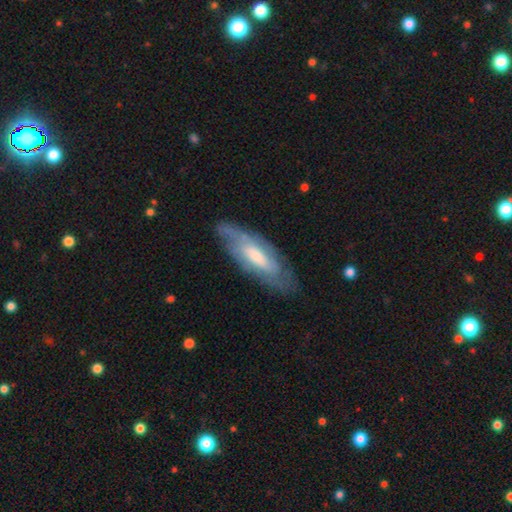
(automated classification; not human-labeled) smooth-or-featured: featured or disk: 67% | smooth: 28% | star or artifact: 6%
  disk-edge-on: no: 77% | yes: 23%
    bar: no: 52% | weak: 37% | strong: 11%
    has-spiral-arms: yes: 81% | no: 19%
    bulge-size: moderate: 49% | small: 31% | large: 13% | none: 5% | dominant: 2%
  merging: none: 75% | minor disturbance: 18% | major disturbance: 6% | merger: 1%